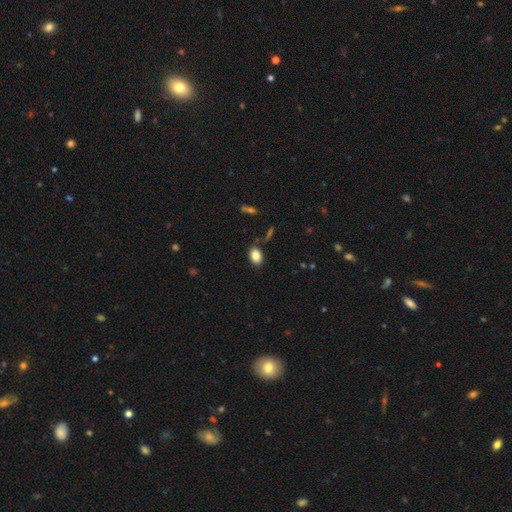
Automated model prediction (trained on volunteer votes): This is clearly a smooth galaxy (85%). How rounded: clearly in between (87%). Merging: clearly none (82%).